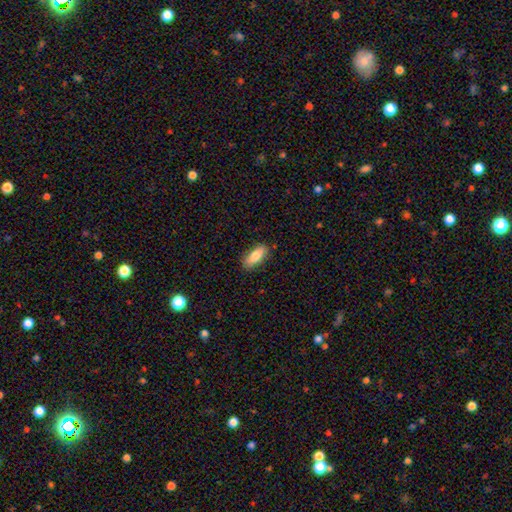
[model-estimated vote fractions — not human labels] Q: Smooth or featured?
A: smooth (79%); runner-up: featured or disk (15%)
Q: How rounded?
A: in between (73%); runner-up: cigar-shaped (25%)
Q: Merging?
A: none (84%); runner-up: minor disturbance (12%)